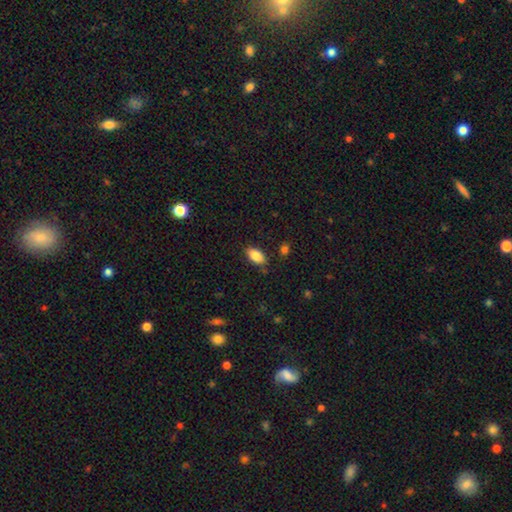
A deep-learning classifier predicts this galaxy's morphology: Smooth or featured? smooth (86%)
How rounded? in between (93%)
Merging? none (84%)